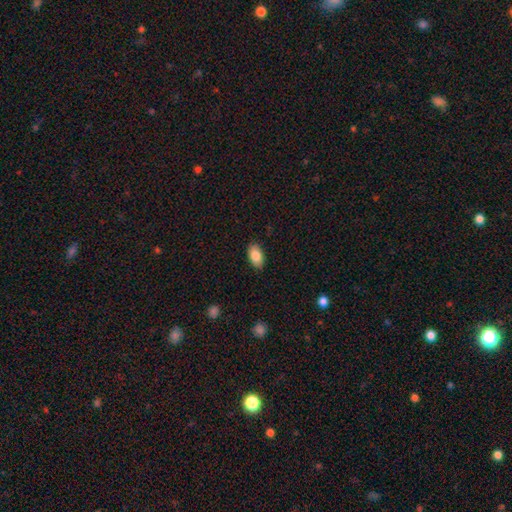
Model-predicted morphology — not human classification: smooth 85%, featured or disk 8%, star or artifact 7%. Down the decision tree: how rounded — in between (93%); merging — none (87%).